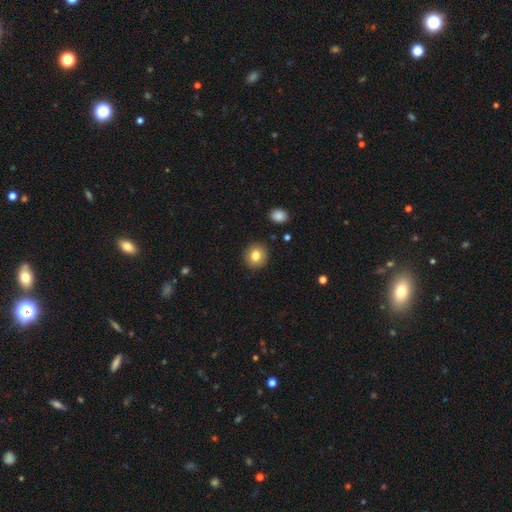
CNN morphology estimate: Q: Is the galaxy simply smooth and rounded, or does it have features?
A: smooth — 82%.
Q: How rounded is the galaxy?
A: round — 87%.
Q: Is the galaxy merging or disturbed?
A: none — 90%.